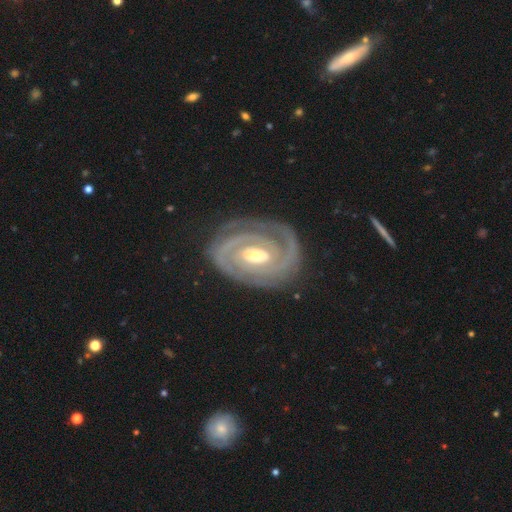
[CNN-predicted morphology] Smooth or featured? featured or disk (91%)
Edge-on disk? no (97%)
Bar? weak (42%)
Spiral arms? yes (98%)
Spiral winding? tight (76%)
Spiral arm count? 2 (75%)
Bulge size? moderate (67%)
Merging? none (79%)